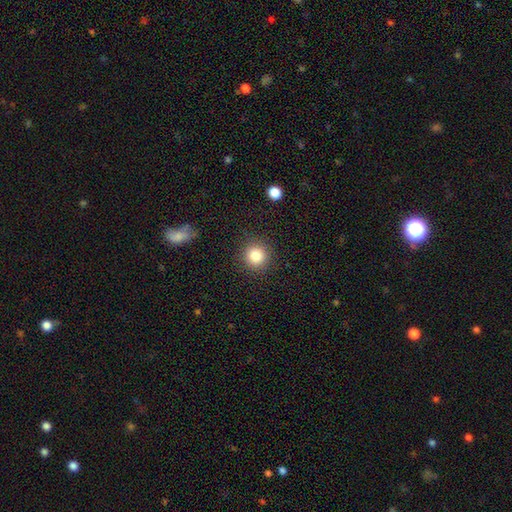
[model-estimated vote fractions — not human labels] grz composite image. It shows a smooth galaxy with no disk features (83%) that is round (94%). Merging: none (89%).